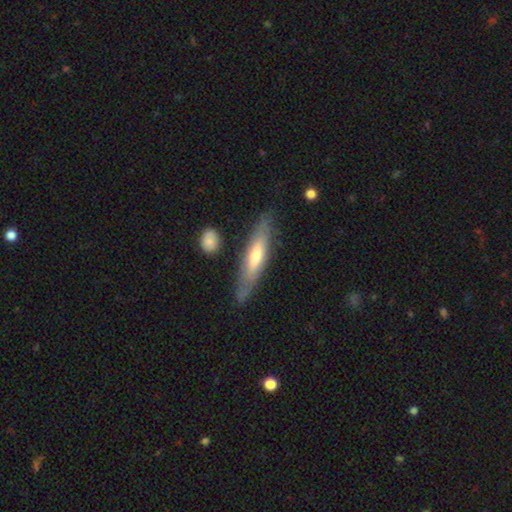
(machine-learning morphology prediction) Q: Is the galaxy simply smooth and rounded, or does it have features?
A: featured or disk — 50%.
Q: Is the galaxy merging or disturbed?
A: none — 80%.